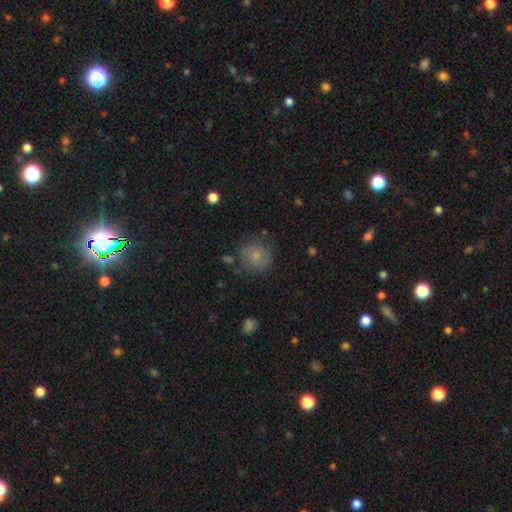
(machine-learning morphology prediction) This appears to be a smooth galaxy with no disk features (69%) that is round (86%). Merging: none (73%).